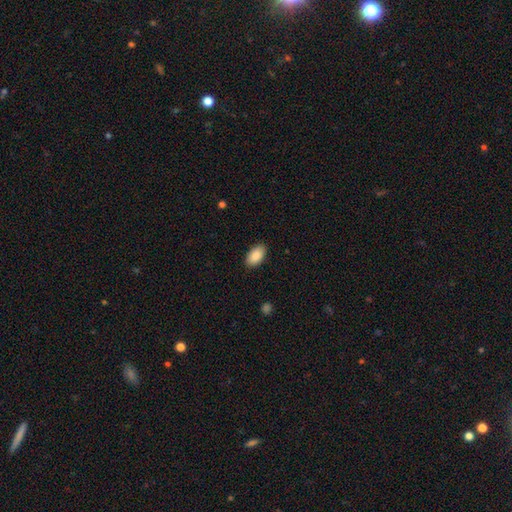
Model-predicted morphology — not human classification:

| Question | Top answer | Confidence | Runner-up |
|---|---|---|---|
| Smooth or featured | smooth | 90% | star or artifact (6%) |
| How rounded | in between | 95% | round (3%) |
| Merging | none | 89% | minor disturbance (8%) |